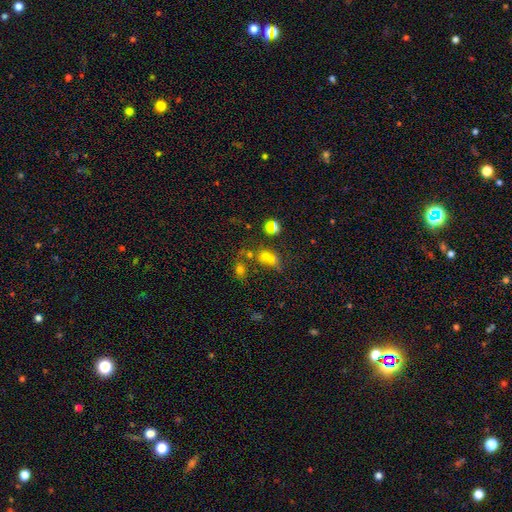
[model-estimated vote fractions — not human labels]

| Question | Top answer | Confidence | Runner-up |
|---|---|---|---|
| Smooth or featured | smooth | 46% | star or artifact (36%) |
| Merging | none | 44% | merger (30%) |